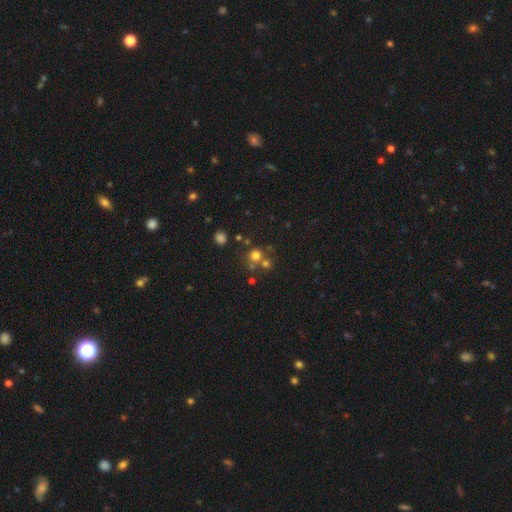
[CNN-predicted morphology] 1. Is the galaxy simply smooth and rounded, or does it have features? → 68% smooth, 21% star or artifact, 11% featured or disk.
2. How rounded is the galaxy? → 90% round, 9% in between, 1% cigar-shaped.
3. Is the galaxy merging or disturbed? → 59% none, 29% merger, 8% minor disturbance, 4% major disturbance.